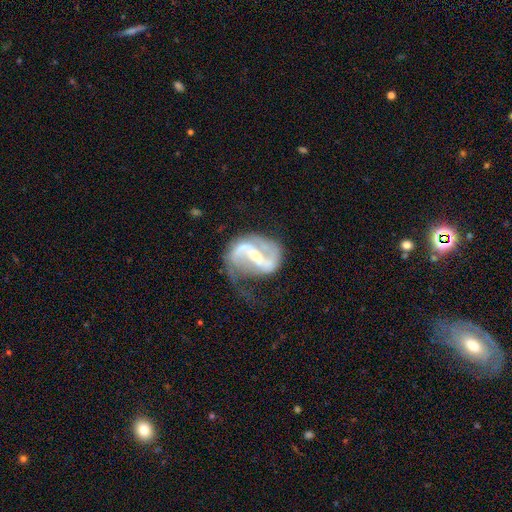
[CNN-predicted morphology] A featured or disk galaxy (88%) with a strong bar (50%), 2 (84%) medium (43%) spiral arms (94%) and a small central bulge (52%).

Vote fractions:
- Smooth or featured? featured or disk: 88% / smooth: 7% / star or artifact: 5%
- Edge-on disk? no: 97% / yes: 3%
- Bar? strong: 50% / weak: 36% / no: 14%
- Spiral arms? yes: 94% / no: 6%
- Spiral winding? medium: 43% / loose: 42% / tight: 15%
- Spiral arm count? 2: 84% / 1: 7% / can't tell: 5% / 3: 2% / 4: 1% / more than 4: 1%
- Bulge size? small: 52% / moderate: 42% / none: 3% / large: 2% / dominant: 1%
- Merging? none: 41% / major disturbance: 30% / minor disturbance: 26% / merger: 3%